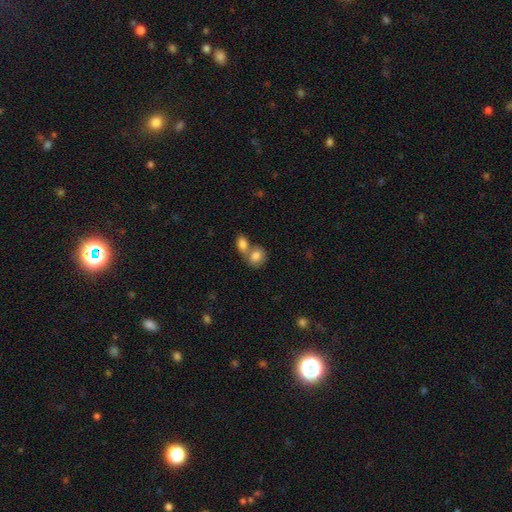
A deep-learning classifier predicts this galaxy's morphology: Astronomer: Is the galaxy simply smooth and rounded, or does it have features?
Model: smooth — 82%.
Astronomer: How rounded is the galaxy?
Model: round — 50% (runner-up: in between, 48%).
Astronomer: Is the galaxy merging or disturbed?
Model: merger — 60%.